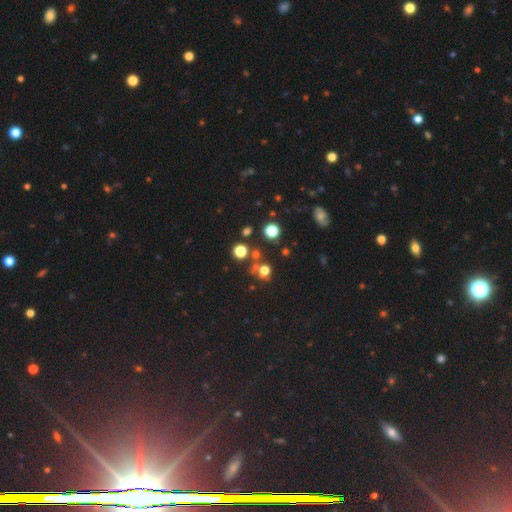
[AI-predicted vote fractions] Smooth or featured? star or artifact (52%)